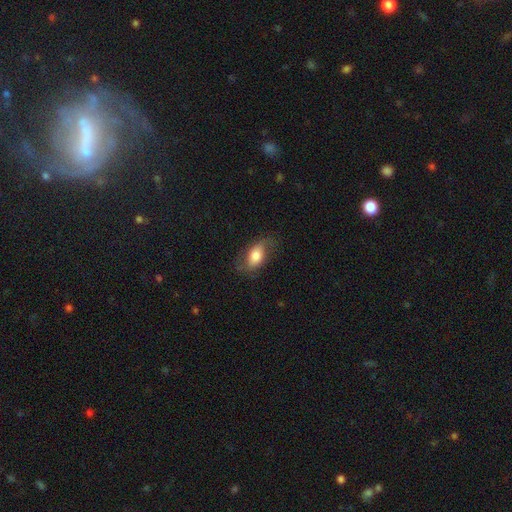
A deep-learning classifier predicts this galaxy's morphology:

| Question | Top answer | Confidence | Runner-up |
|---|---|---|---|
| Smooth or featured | smooth | 68% | featured or disk (25%) |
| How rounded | in between | 87% | round (8%) |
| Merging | none | 65% | minor disturbance (23%) |